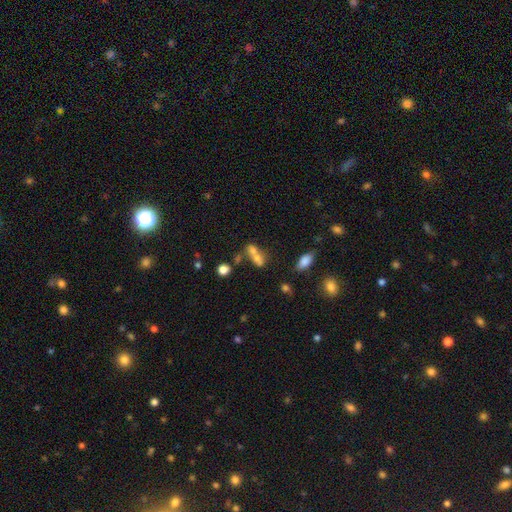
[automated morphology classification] Smooth or featured: smooth — 62% (featured or disk — 24%)
How rounded: in between — 59% (round — 35%)
Merging: merger — 63% (none — 24%)